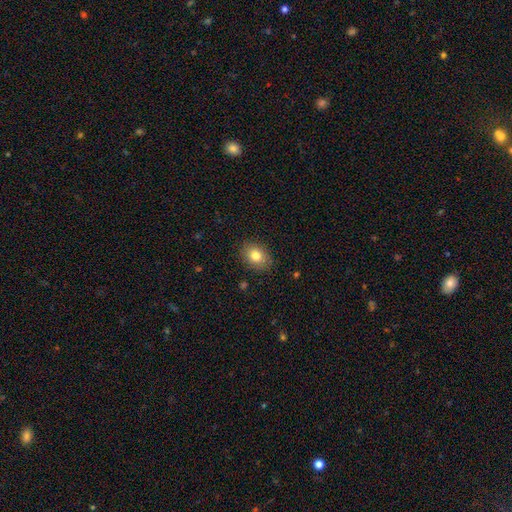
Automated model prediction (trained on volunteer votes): A smooth galaxy with no disk features (81%) that is in between round and cigar-shaped (64%). Merging: none (87%).